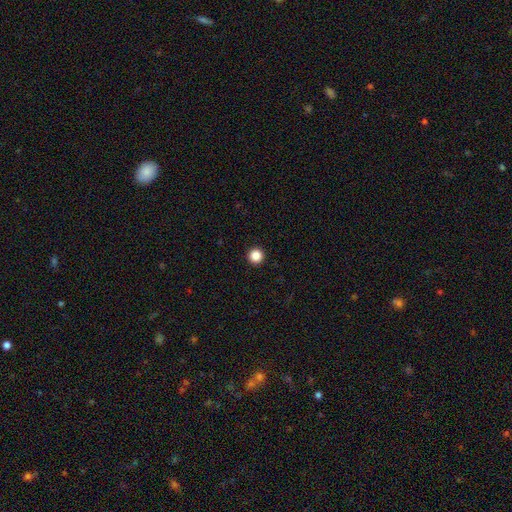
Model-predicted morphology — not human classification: smooth_or_featured: smooth (p=0.87) [alt: star or artifact p=0.11]
how_rounded: round (p=0.97) [alt: in between p=0.02]
merging: none (p=0.94) [alt: minor disturbance p=0.03]